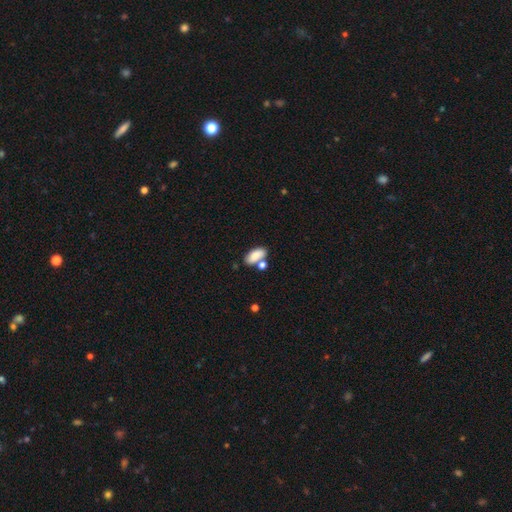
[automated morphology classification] smooth_or_featured: smooth (p=0.83) [alt: featured or disk p=0.09]
how_rounded: in between (p=0.89) [alt: cigar-shaped p=0.07]
merging: none (p=0.52) [alt: merger p=0.30]